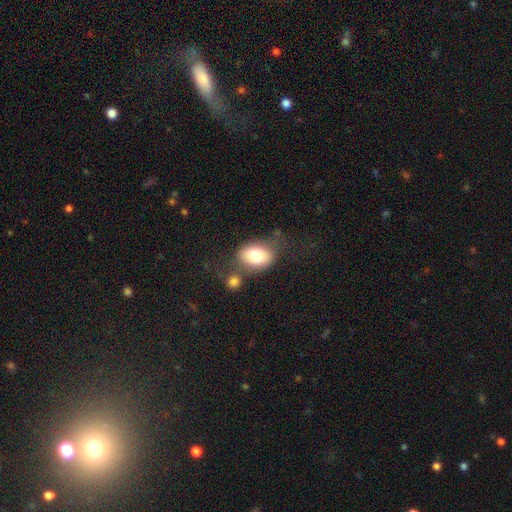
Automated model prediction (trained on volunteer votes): Smooth or featured?
  - smooth: 77% *
  - featured or disk: 16%
  - star or artifact: 8%
How rounded?
  - in between: 78% *
  - round: 20%
  - cigar-shaped: 1%
Merging?
  - none: 56% *
  - minor disturbance: 19%
  - merger: 15%
  - major disturbance: 9%